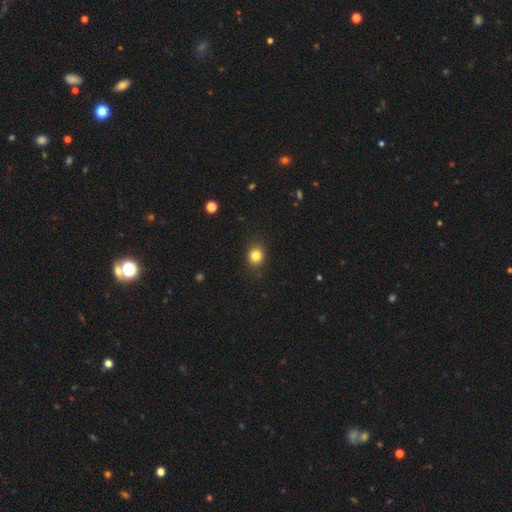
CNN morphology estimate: The model was most divided on "how rounded": round: 71%, in between: 28%, cigar-shaped: 1%. More confident: merging — none (87%); smooth or featured — smooth (83%).